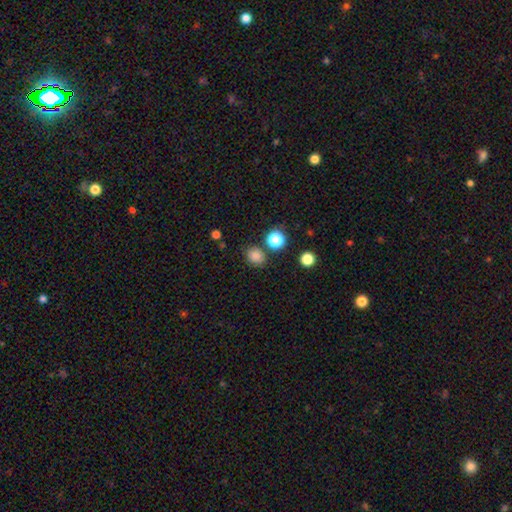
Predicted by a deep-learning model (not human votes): Smooth or featured: smooth — 81% (star or artifact — 14%)
How rounded: round — 67% (in between — 32%)
Merging: none — 80% (minor disturbance — 11%)